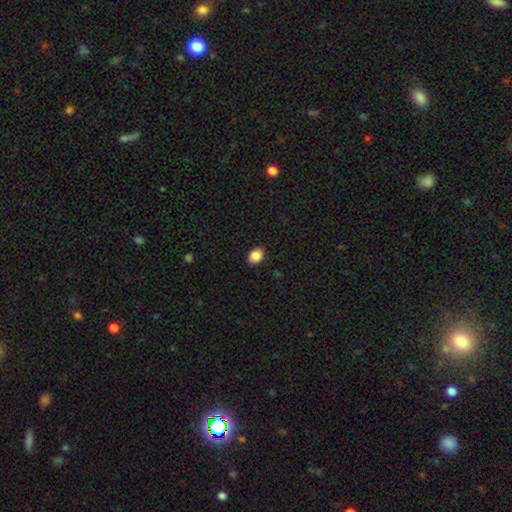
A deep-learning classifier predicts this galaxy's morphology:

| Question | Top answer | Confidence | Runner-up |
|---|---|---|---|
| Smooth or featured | smooth | 88% | star or artifact (8%) |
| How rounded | in between | 75% | round (24%) |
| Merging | none | 90% | minor disturbance (8%) |